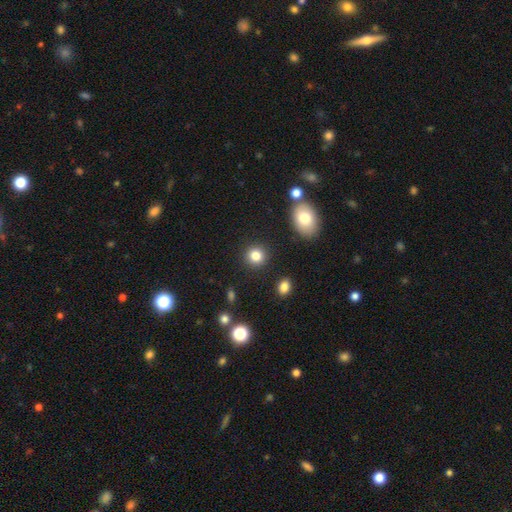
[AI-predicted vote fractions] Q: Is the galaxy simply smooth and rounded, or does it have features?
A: smooth — 83%.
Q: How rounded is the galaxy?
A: round — 89%.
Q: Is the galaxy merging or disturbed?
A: none — 90%.